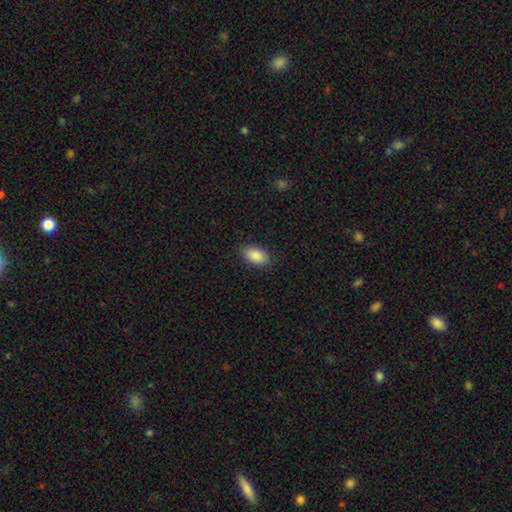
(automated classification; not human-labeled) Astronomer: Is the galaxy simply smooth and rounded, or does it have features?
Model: smooth — 89%.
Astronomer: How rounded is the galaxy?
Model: in between — 93%.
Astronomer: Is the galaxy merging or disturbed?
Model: none — 87%.